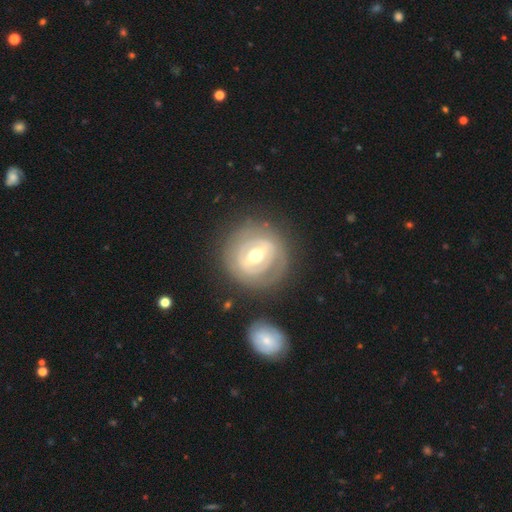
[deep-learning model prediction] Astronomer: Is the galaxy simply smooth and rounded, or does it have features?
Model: featured or disk — 76%.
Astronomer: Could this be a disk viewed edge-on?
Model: no — 94%.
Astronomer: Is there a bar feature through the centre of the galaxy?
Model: strong — 55% (runner-up: weak, 31%).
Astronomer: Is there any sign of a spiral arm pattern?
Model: no — 57% (runner-up: yes, 43%).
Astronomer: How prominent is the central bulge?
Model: moderate — 72%.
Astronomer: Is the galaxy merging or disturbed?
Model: none — 77%.